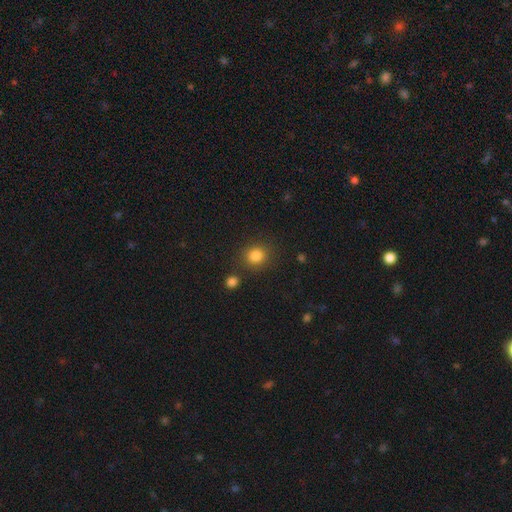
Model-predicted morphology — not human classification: The model was most divided on "how rounded": round: 82%, in between: 17%, cigar-shaped: 1%. More confident: smooth or featured — smooth (84%); merging — none (82%).